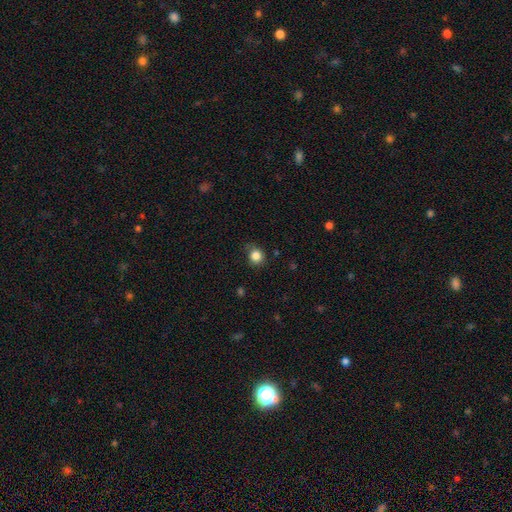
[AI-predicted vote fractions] This is clearly a smooth galaxy (84%). How rounded: clearly round (83%). Merging: likely none (74%).